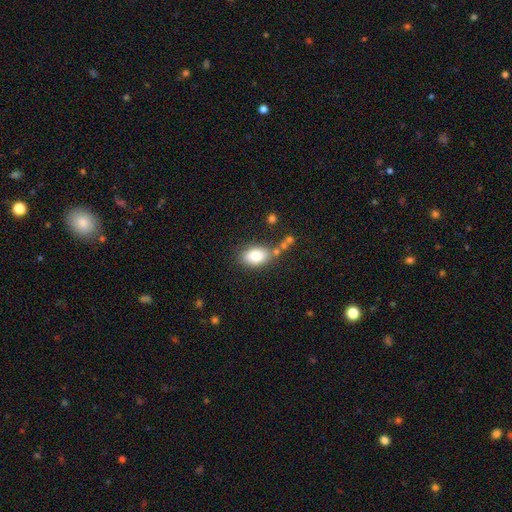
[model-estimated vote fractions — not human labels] A smooth galaxy with no disk features (81%) that is in between round and cigar-shaped (84%). Merging: none (66%).